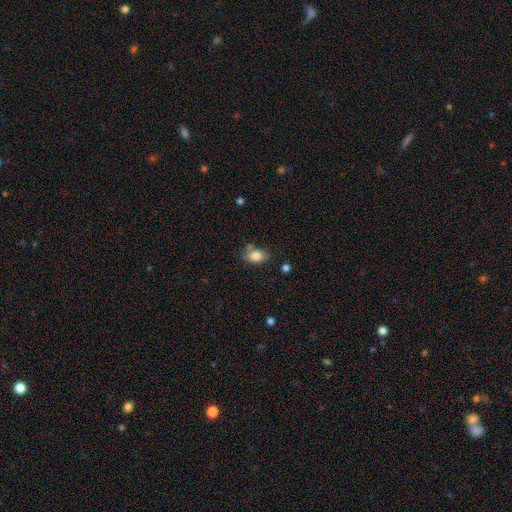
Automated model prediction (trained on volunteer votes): smooth_or_featured: smooth (p=0.82) [alt: star or artifact p=0.09]
how_rounded: in between (p=0.81) [alt: round p=0.18]
merging: none (p=0.66) [alt: minor disturbance p=0.20]